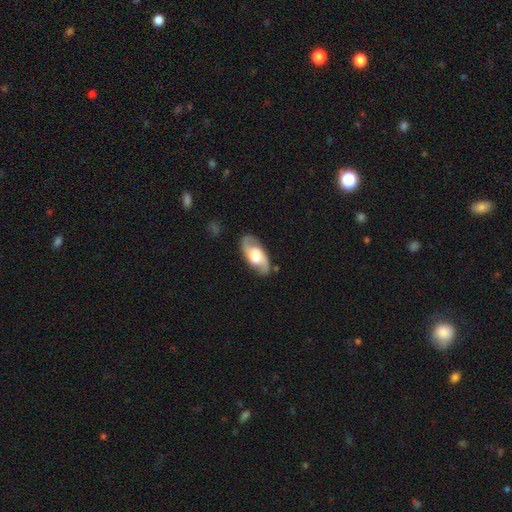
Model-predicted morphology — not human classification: type=featured or disk (74%); edge-on=no (92%); bar=no (46%); spiral arms=yes (90%); winding=medium (48%); arm count=2 (91%); bulge=large (50%); merging=none (83%).